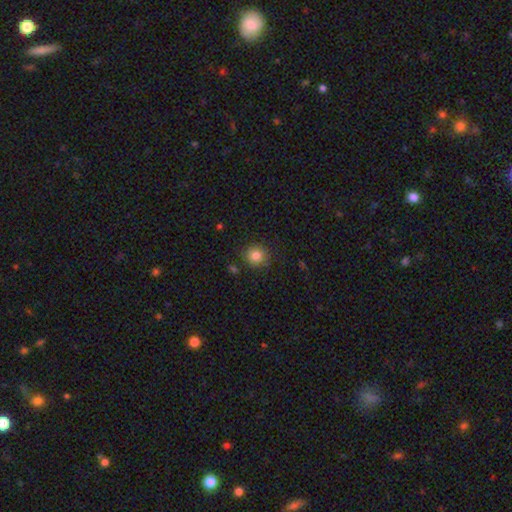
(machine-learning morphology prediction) type=smooth (83%); roundness=round (89%); merging=none (86%).